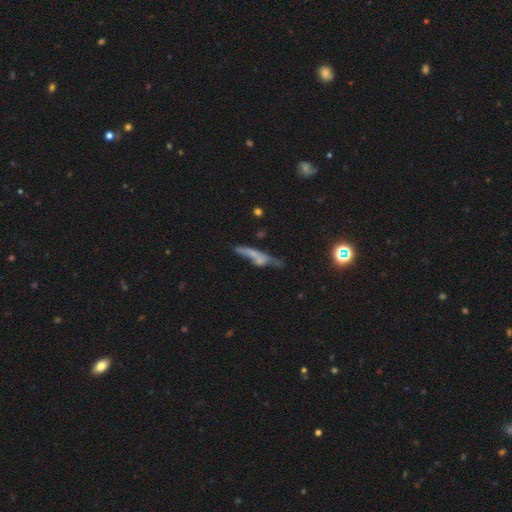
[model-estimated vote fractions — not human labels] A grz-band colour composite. It shows a smooth galaxy with no disk features (45%). Merging: none (44%).